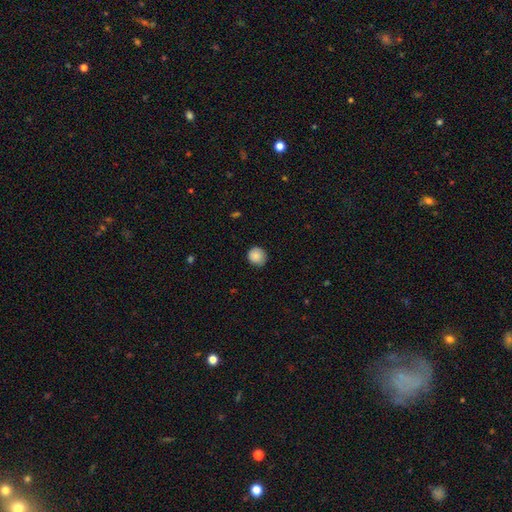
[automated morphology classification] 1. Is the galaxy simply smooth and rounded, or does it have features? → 87% smooth, 8% star or artifact, 4% featured or disk.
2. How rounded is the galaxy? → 87% round, 12% in between, 1% cigar-shaped.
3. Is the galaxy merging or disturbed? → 79% none, 17% minor disturbance, 3% major disturbance, 1% merger.